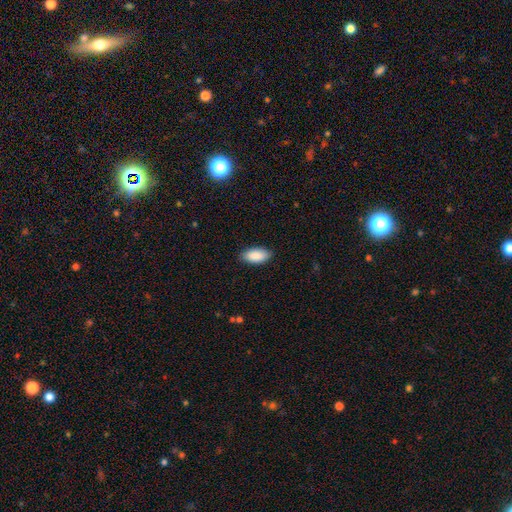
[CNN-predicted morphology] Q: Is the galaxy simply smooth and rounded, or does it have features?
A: smooth — 90%.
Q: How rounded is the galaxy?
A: in between — 93%.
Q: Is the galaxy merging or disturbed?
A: none — 86%.